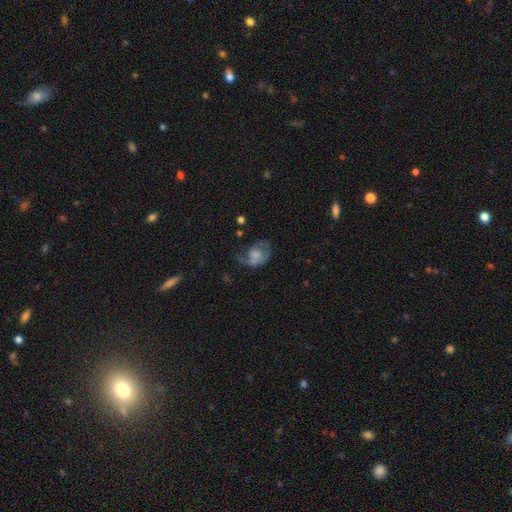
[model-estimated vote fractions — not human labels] Overall: smooth (50%; featured or disk 40%). Merging: major disturbance (41%; none 30%).